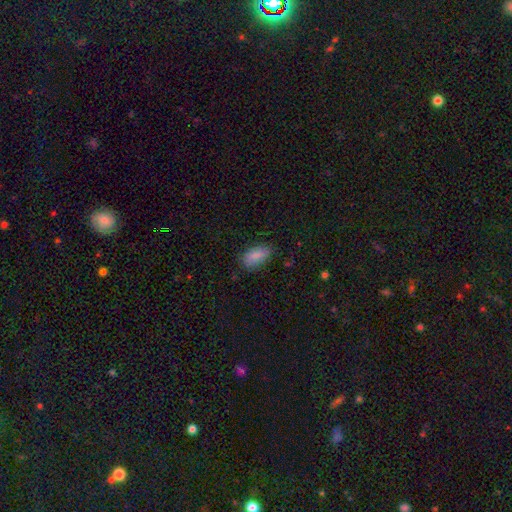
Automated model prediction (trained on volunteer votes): Smooth or featured?
  - smooth: 87% *
  - star or artifact: 7%
  - featured or disk: 6%
How rounded?
  - in between: 92% *
  - cigar-shaped: 4%
  - round: 4%
Merging?
  - none: 77% *
  - minor disturbance: 18%
  - major disturbance: 4%
  - merger: 1%